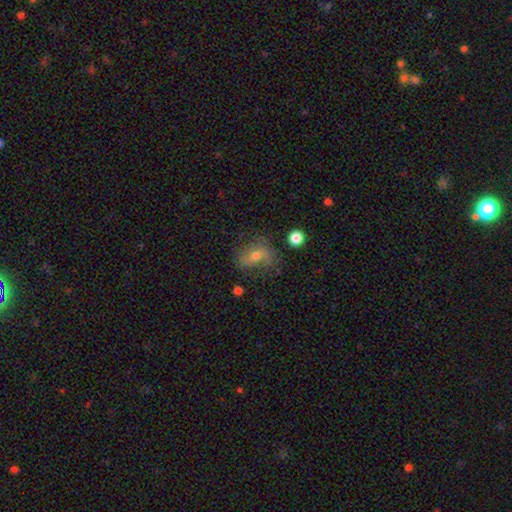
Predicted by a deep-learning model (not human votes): smooth_or_featured: smooth (p=0.44) [alt: featured or disk p=0.43]
merging: none (p=0.61) [alt: minor disturbance p=0.24]